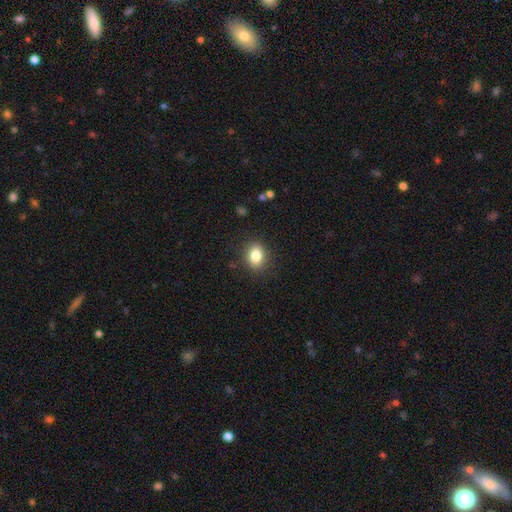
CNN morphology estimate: smooth-or-featured: smooth: 83% | star or artifact: 10% | featured or disk: 7%
  how-rounded: in between: 60% | round: 38% | cigar-shaped: 1%
  merging: none: 87% | minor disturbance: 9% | major disturbance: 3% | merger: 1%